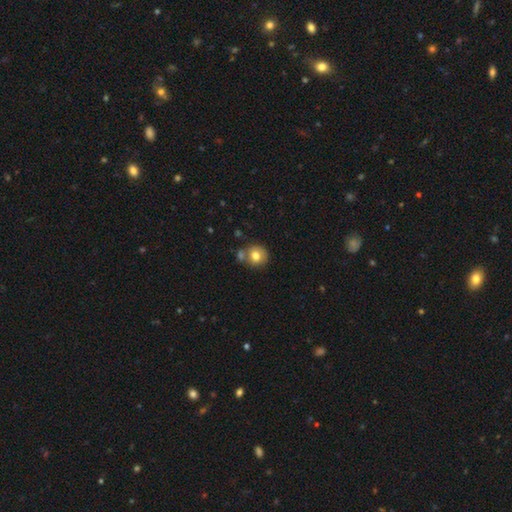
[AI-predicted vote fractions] Smooth or featured? smooth (76%)
How rounded? round (85%)
Merging? none (59%)